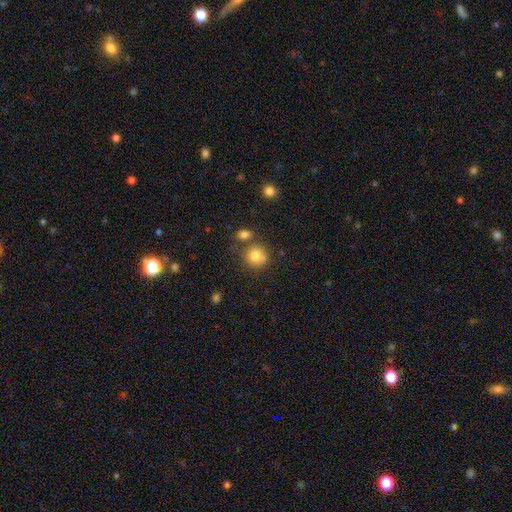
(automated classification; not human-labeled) smooth_or_featured: smooth (p=0.81) [alt: star or artifact p=0.11]
how_rounded: round (p=0.84) [alt: in between p=0.15]
merging: none (p=0.64) [alt: merger p=0.17]